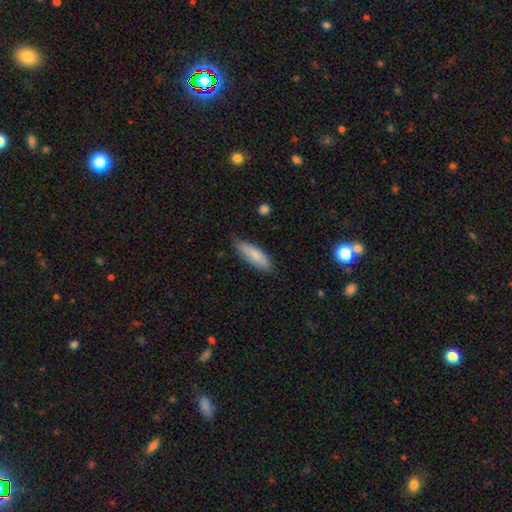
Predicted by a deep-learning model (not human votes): Smooth or featured: smooth — 83% (featured or disk — 11%)
How rounded: in between — 52% (cigar-shaped — 46%)
Merging: none — 80% (minor disturbance — 16%)